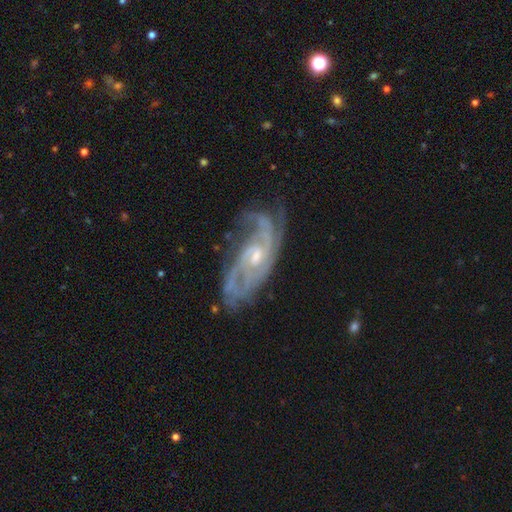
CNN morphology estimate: This appears to be a featured or disk galaxy (88%) with no bar (63%), 3 (29%, tied with 2) tight (48%) spiral arms (97%) and a small central bulge (51%). Merging: none (66%).